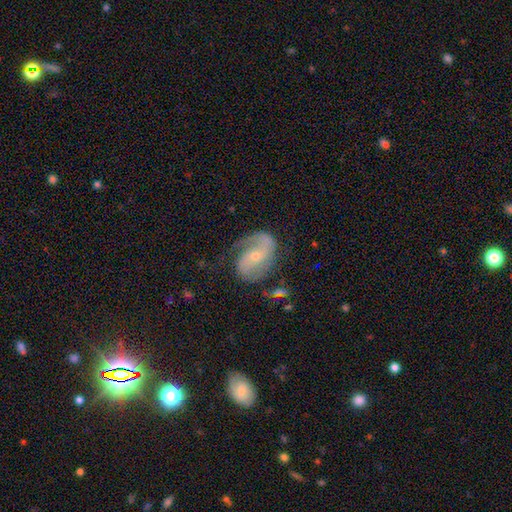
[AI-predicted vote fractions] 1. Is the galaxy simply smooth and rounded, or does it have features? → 83% featured or disk, 11% smooth, 6% star or artifact.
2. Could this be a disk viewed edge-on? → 97% no, 3% yes.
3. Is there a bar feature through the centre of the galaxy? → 45% no, 39% weak, 17% strong.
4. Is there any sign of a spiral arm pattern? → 95% yes, 5% no.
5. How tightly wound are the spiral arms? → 47% medium, 30% loose, 23% tight.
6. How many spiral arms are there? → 70% 2, 21% 1, 6% can't tell, 2% 3, 1% 4, 1% more than 4.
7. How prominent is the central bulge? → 60% small, 35% moderate, 2% none, 2% large, 1% dominant.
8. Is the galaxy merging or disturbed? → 59% none, 22% minor disturbance, 17% major disturbance, 2% merger.